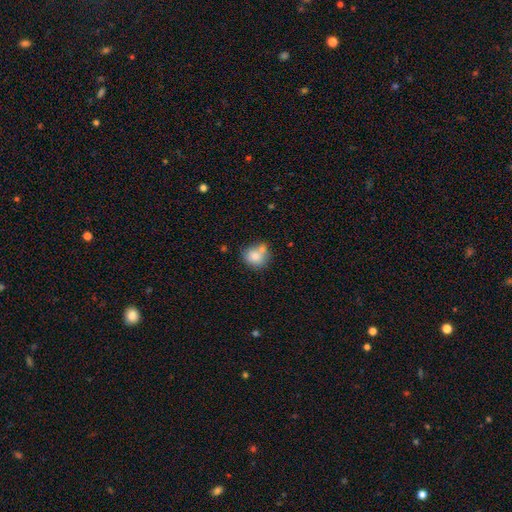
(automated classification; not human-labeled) Smooth or featured? smooth (78%)
How rounded? round (71%)
Merging? none (47%)